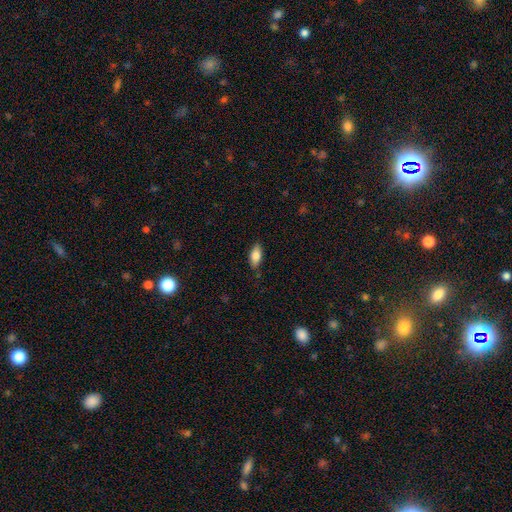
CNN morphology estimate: A smooth galaxy with no disk features (80%) that is in between round and cigar-shaped (85%). Merging: none (83%).